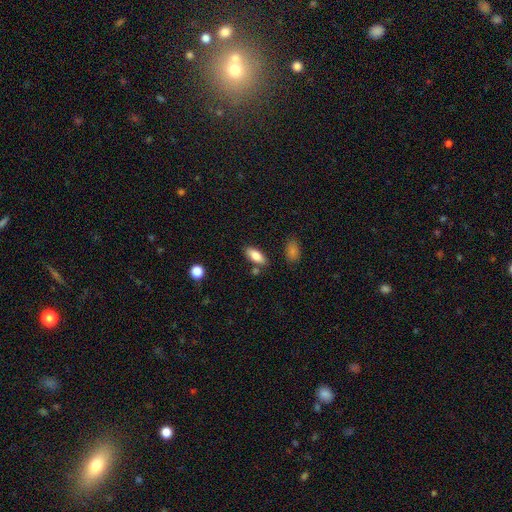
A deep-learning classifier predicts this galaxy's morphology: A smooth galaxy with no disk features (83%) that is in between round and cigar-shaped (82%). Merging: none (78%).